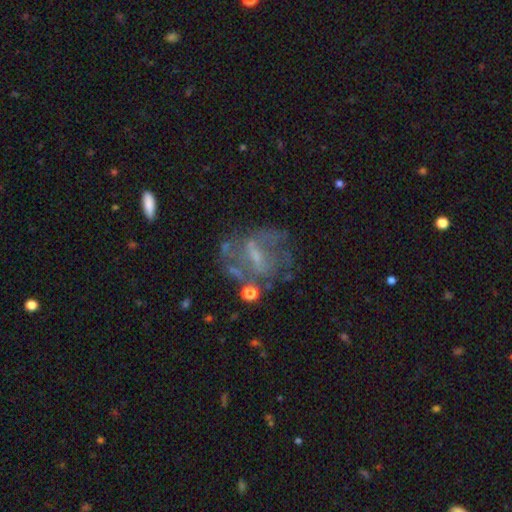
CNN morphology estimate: This is likely a featured or disk galaxy (67%). It is clearly not viewed edge-on (95%). Bar: marginally weak (44%). Spiral arm pattern: possibly yes (51%). Central bulge: possibly small (45%). Merging: possibly none (52%).